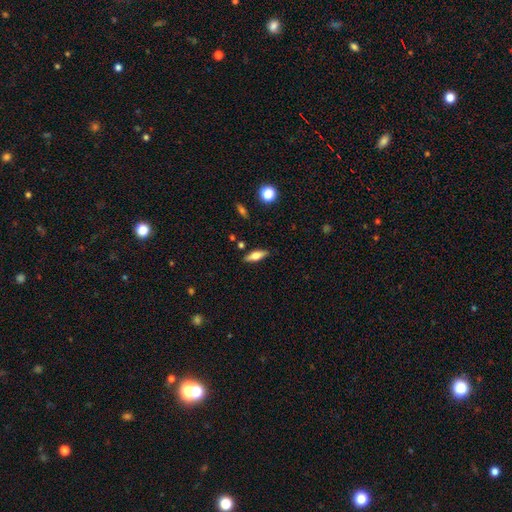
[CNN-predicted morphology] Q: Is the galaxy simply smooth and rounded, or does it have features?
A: smooth — 55%.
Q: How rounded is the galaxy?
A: in between — 54%.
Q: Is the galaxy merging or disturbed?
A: none — 86%.